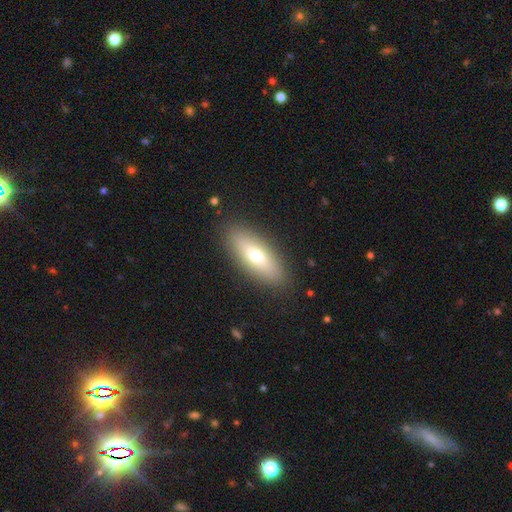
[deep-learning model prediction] smooth 66%, featured or disk 26%, star or artifact 7%. Down the decision tree: how rounded — in between (68%); merging — none (88%).